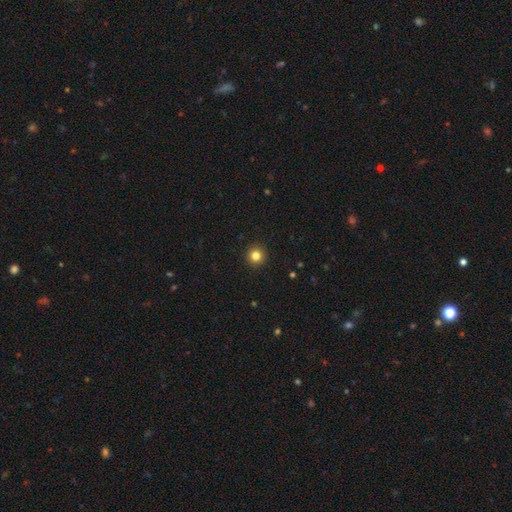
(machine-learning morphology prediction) Smooth or featured? smooth (82%)
How rounded? round (95%)
Merging? none (93%)